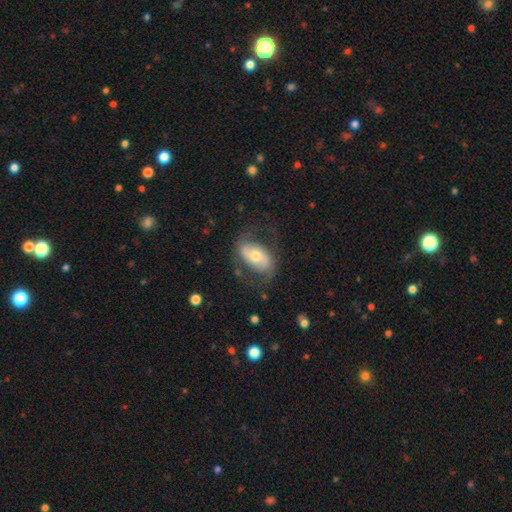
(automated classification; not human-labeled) Smooth or featured? Predicted: featured or disk (p=0.60). Edge-on disk? Predicted: no (p=0.94). Bar? Predicted: no (p=0.42). Spiral arms? Predicted: yes (p=0.72). Bulge size? Predicted: moderate (p=0.68). Merging? Predicted: none (p=0.65).